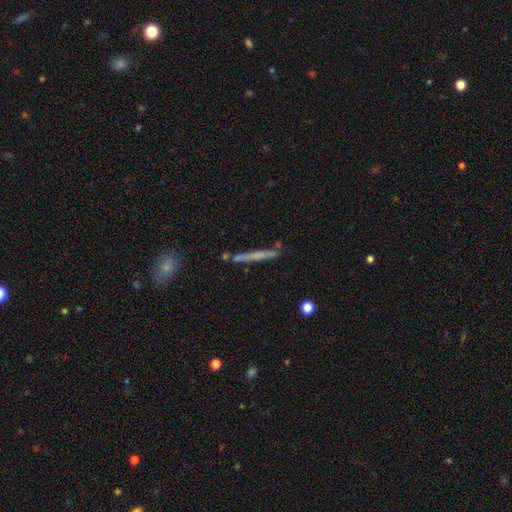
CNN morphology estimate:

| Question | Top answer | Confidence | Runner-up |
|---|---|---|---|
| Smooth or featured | smooth | 46% | tied: featured or disk (46%) |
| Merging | none | 83% | minor disturbance (11%) |